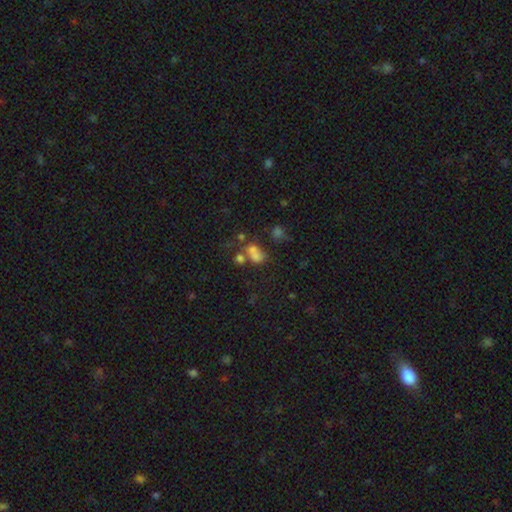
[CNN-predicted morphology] smooth_or_featured: smooth (p=0.62) [alt: star or artifact p=0.20]
how_rounded: in between (p=0.56) [alt: round p=0.42]
merging: merger (p=0.49) [alt: none p=0.28]